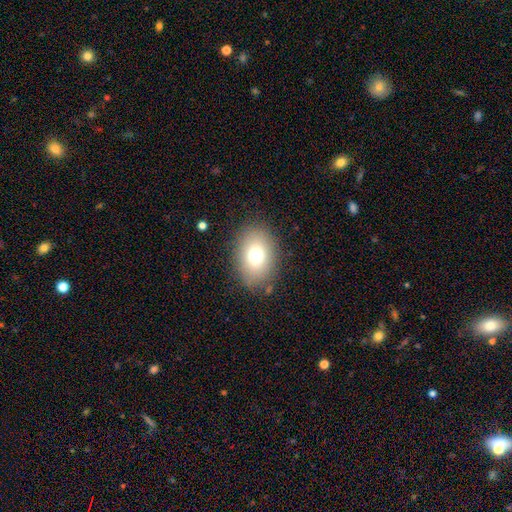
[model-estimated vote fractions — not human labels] smooth_or_featured: smooth (p=0.74) [alt: featured or disk p=0.14]
how_rounded: in between (p=0.72) [alt: round p=0.27]
merging: none (p=0.84) [alt: minor disturbance p=0.10]